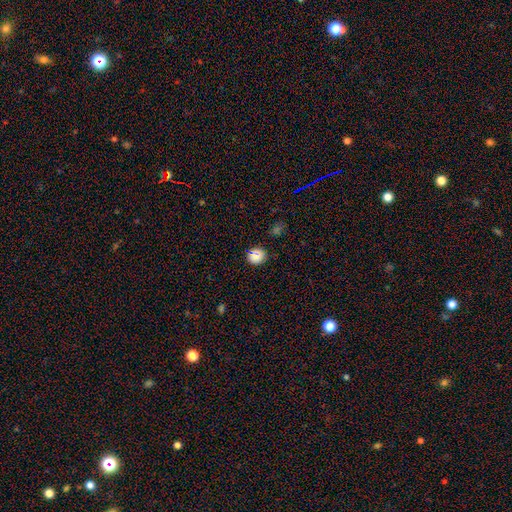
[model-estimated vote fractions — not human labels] smooth_or_featured: smooth (p=0.80) [alt: star or artifact p=0.12]
how_rounded: round (p=0.86) [alt: in between p=0.13]
merging: none (p=0.86) [alt: minor disturbance p=0.10]